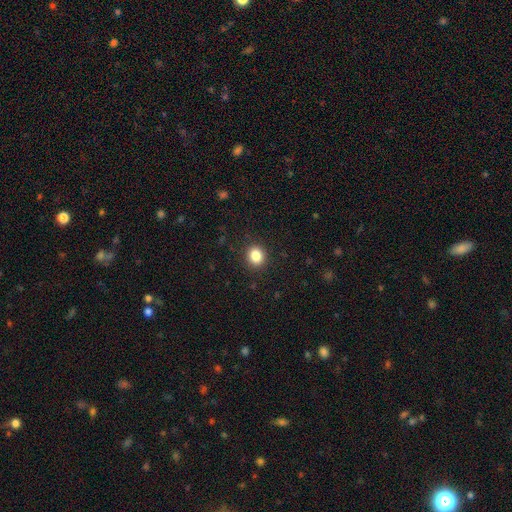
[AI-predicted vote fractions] Q: Smooth or featured?
A: smooth (85%); runner-up: star or artifact (11%)
Q: How rounded?
A: round (70%); runner-up: in between (29%)
Q: Merging?
A: none (90%); runner-up: minor disturbance (7%)